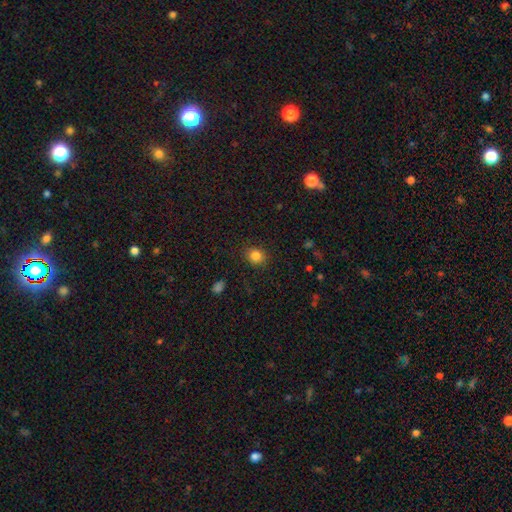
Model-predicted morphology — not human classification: Smooth or featured? Predicted: smooth (p=0.84). How rounded? Predicted: round (p=0.74). Merging? Predicted: none (p=0.88).